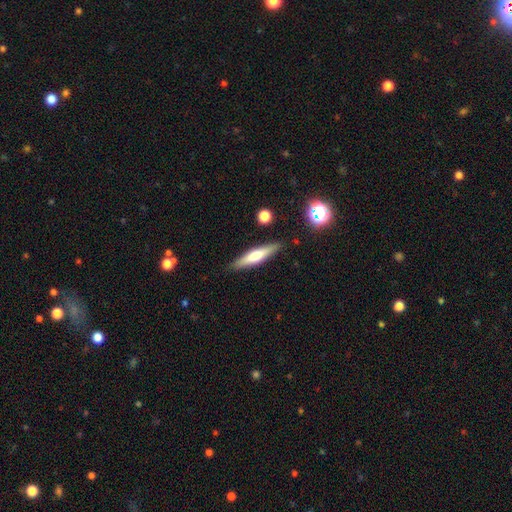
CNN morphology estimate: Smooth or featured: smooth — 53% (featured or disk — 41%)
How rounded: cigar-shaped — 81% (in between — 17%)
Merging: none — 87% (minor disturbance — 9%)